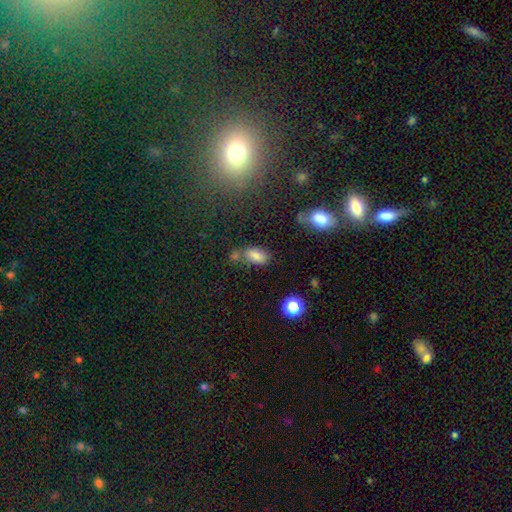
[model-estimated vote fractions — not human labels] Smooth or featured?
  - smooth: 78% *
  - star or artifact: 13%
  - featured or disk: 9%
How rounded?
  - in between: 90% *
  - round: 6%
  - cigar-shaped: 4%
Merging?
  - none: 58% *
  - merger: 18%
  - minor disturbance: 18%
  - major disturbance: 6%